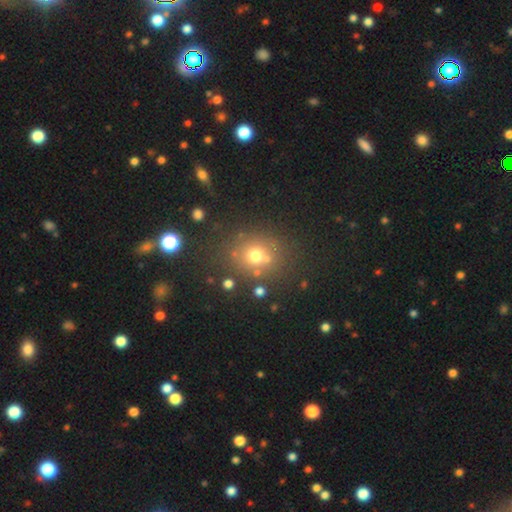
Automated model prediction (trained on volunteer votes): smooth 67%, star or artifact 20%, featured or disk 12%. Down the decision tree: how rounded — round (75%); merging — none (73%).